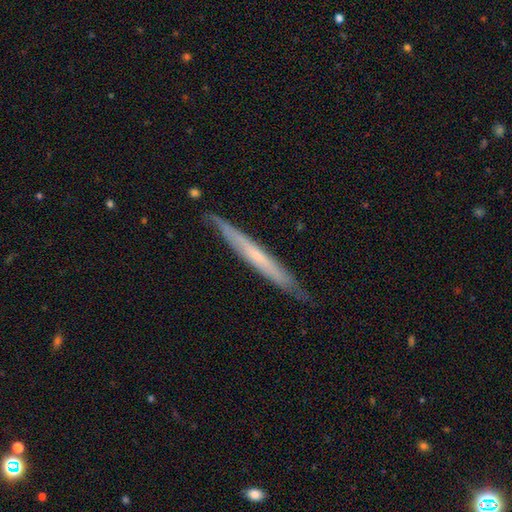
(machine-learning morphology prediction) This appears to be a featured or disk galaxy (58%) viewed edge-on (94%) with no central bulge (72%). Merging: none (87%).